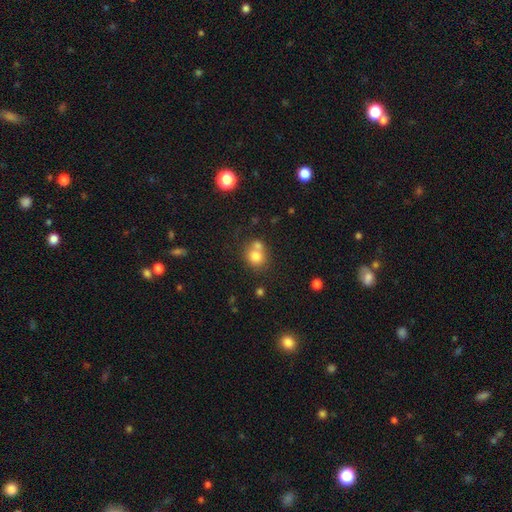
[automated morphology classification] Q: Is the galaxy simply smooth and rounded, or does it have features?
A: smooth — 77%.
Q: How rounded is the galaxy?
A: round — 77%.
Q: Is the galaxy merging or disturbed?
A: none — 45%.